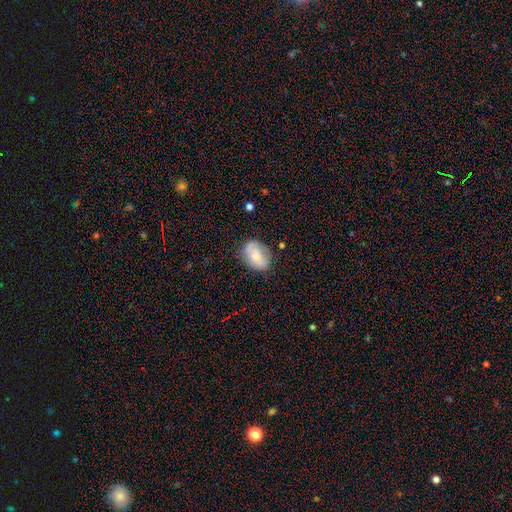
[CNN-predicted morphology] smooth 66%, featured or disk 27%, star or artifact 7%. Down the decision tree: how rounded — in between (77%); merging — none (69%).